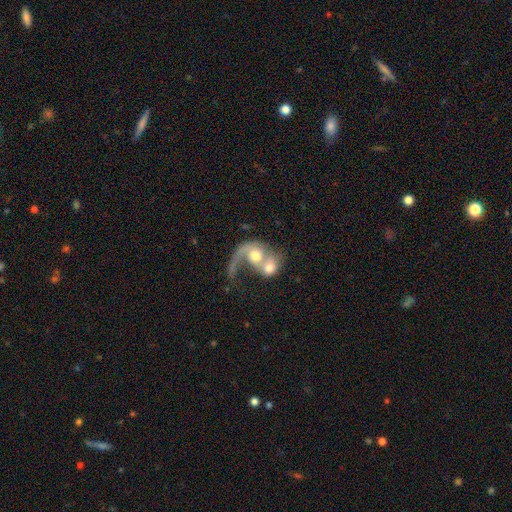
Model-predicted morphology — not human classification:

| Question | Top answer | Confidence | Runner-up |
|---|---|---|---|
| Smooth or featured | featured or disk | 59% | smooth (34%) |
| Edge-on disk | no | 97% | yes (3%) |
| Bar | no | 75% | weak (20%) |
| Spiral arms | yes | 73% | no (27%) |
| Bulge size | moderate | 56% | large (23%) |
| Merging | merger | 74% | major disturbance (12%) |